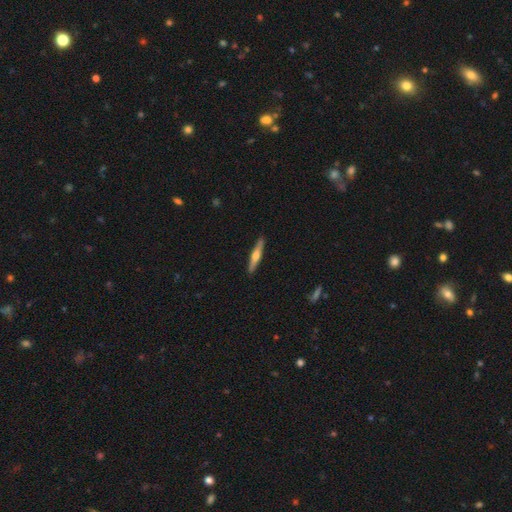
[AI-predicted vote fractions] Morphology: type=featured or disk (54%); edge-on=yes (96%); edge-on bulge=rounded (85%); merging=none (91%).